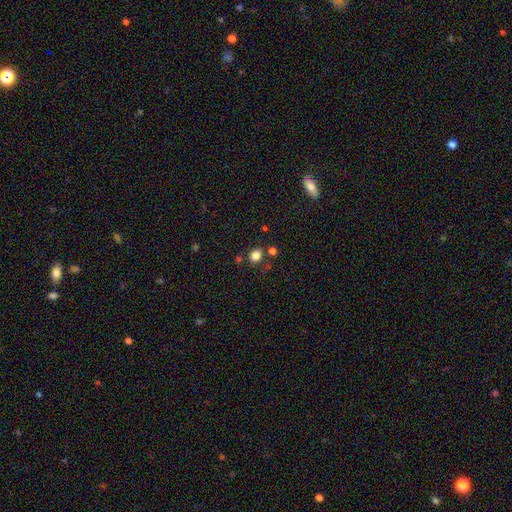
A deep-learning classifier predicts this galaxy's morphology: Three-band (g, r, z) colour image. It shows a smooth galaxy with no disk features (81%) that is round (51%). Merging: none (74%).